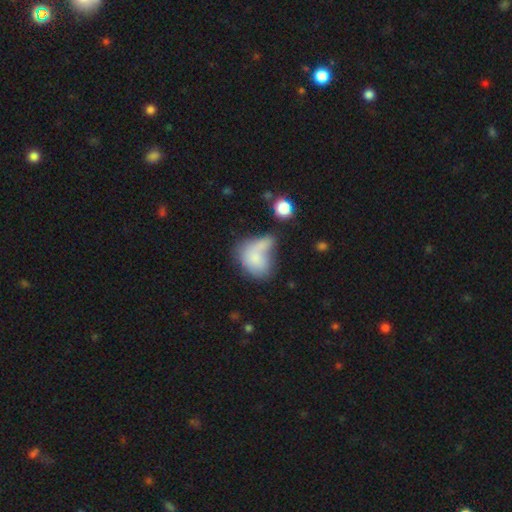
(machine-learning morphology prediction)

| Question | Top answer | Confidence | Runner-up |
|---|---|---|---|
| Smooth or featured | smooth | 73% | featured or disk (18%) |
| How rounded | in between | 70% | round (28%) |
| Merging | merger | 42% | none (25%) |